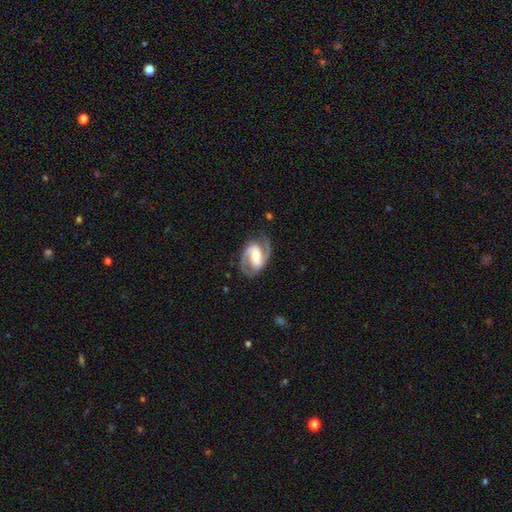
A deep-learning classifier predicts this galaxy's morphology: Overall: featured or disk (89%). Edge-on disk: no (98%). Bar: strong (45%; weak 39%). Spiral arms: yes (97%). Spiral arm count: 2 (92%). Spiral winding: medium (56%; tight 29%). Bulge size: moderate (53%; small 24%). Merging: none (80%).